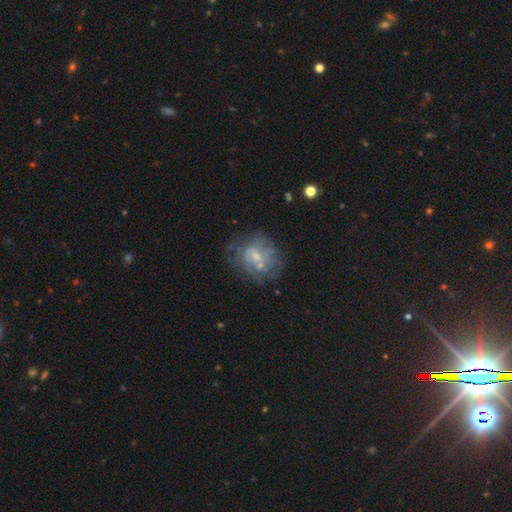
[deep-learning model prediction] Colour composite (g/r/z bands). It shows a featured or disk galaxy (50%). Merging: none (57%).